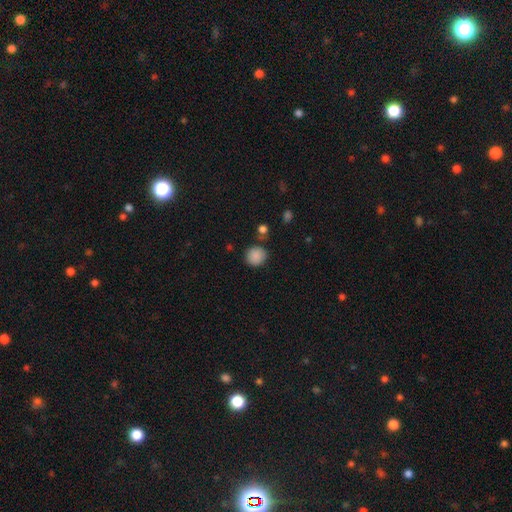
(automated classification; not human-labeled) The model was most divided on "merging": none: 81%, minor disturbance: 12%, merger: 4%, major disturbance: 3%. More confident: how rounded — round (88%); smooth or featured — smooth (87%).